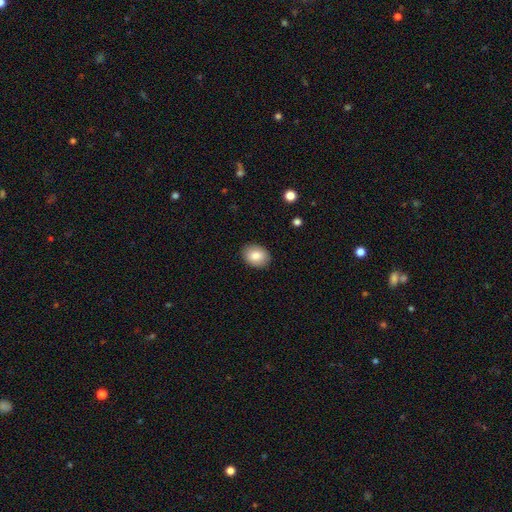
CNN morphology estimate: A smooth galaxy with no disk features (84%) that is in between round and cigar-shaped (62%).

Vote fractions:
- Smooth or featured? smooth: 84% / featured or disk: 8% / star or artifact: 8%
- How rounded? in between: 62% / round: 37% / cigar-shaped: 1%
- Merging? none: 89% / minor disturbance: 8% / major disturbance: 2% / merger: 1%